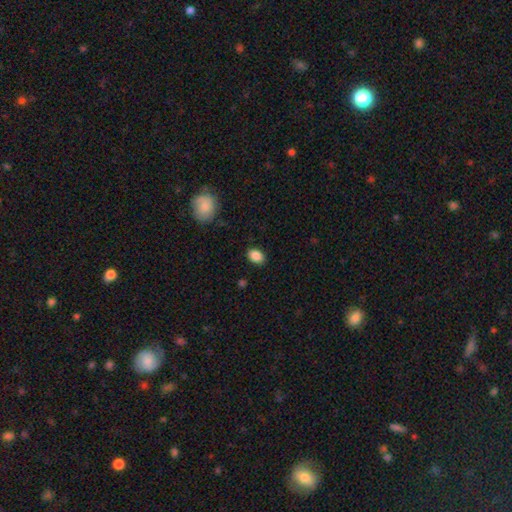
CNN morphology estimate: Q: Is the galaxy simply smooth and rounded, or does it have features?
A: smooth — 88%.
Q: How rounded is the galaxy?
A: in between — 78%.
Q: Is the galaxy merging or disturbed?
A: none — 88%.